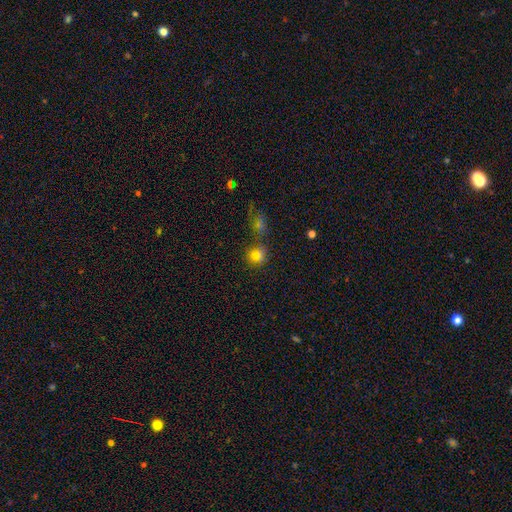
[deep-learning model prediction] Smooth or featured? Predicted: smooth (p=0.64). How rounded? Predicted: round (p=0.80). Merging? Predicted: none (p=0.55).